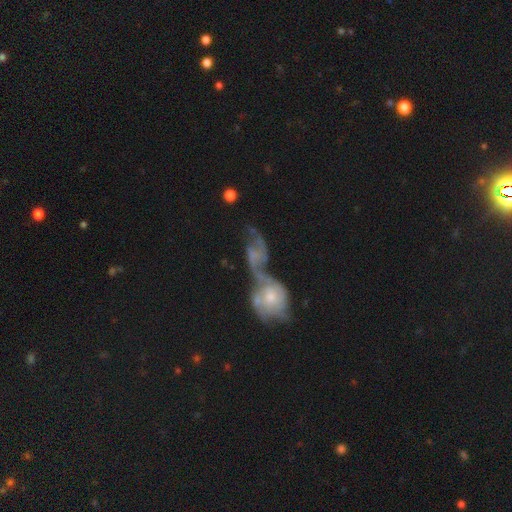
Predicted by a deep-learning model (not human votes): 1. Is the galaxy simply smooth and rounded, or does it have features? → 70% featured or disk, 21% smooth, 9% star or artifact.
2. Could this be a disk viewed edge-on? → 94% no, 6% yes.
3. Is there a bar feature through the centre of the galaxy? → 61% no, 30% weak, 9% strong.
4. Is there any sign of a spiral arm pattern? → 81% yes, 19% no.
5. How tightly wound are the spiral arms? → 52% loose, 32% medium, 16% tight.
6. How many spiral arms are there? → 73% 2, 15% can't tell, 6% 1, 3% 3, 2% 4, 2% more than 4.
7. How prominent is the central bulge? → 35% small, 32% none, 25% moderate, 6% large, 2% dominant.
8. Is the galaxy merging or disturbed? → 69% merger, 13% none, 10% major disturbance, 7% minor disturbance.